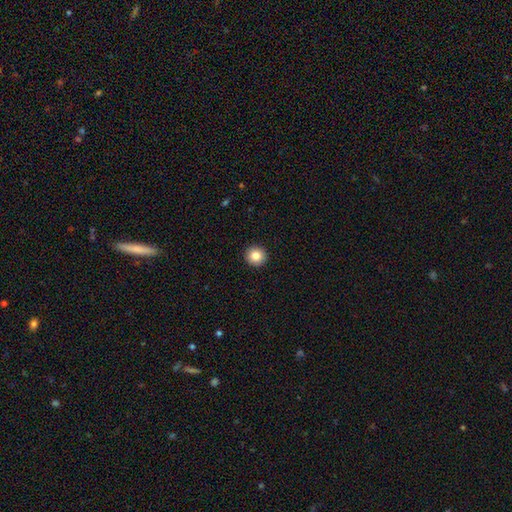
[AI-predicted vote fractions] A smooth galaxy with no disk features (85%) that is round (94%). Merging: none (93%).